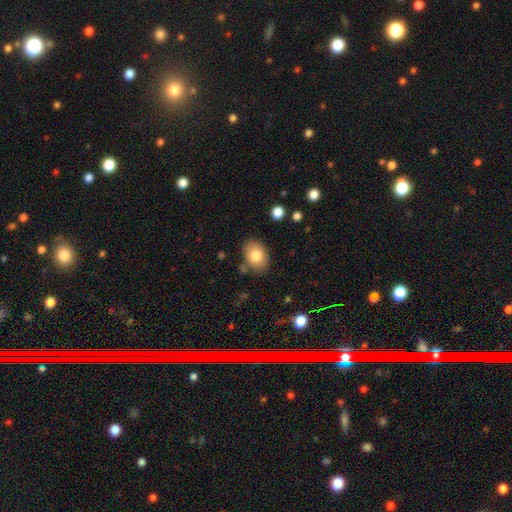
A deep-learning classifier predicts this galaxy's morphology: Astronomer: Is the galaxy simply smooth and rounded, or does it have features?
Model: smooth — 79%.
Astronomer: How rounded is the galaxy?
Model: in between — 74%.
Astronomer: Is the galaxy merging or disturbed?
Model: none — 80%.